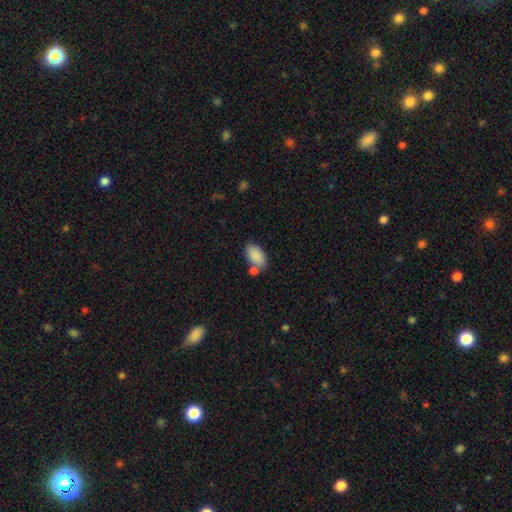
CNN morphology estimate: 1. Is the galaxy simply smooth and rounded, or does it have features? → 87% smooth, 7% star or artifact, 6% featured or disk.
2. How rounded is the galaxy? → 94% in between, 4% round, 2% cigar-shaped.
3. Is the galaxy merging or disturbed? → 57% none, 23% merger, 15% minor disturbance, 5% major disturbance.